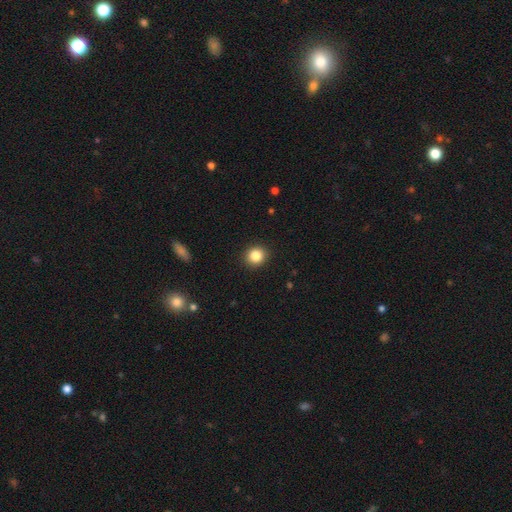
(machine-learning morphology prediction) A smooth galaxy with no disk features (85%) that is round (86%). Merging: none (92%).